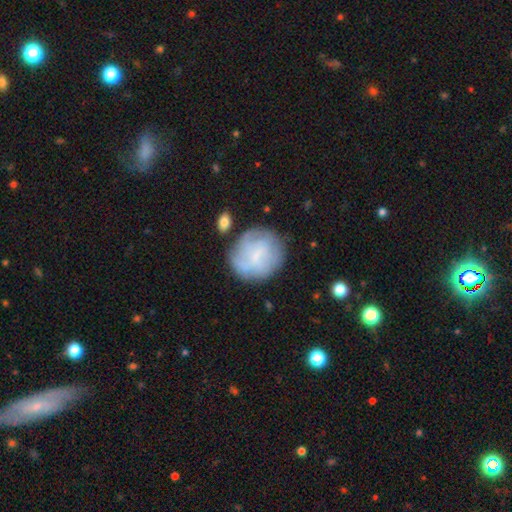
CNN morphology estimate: A smooth galaxy with no disk features (53%) that is round (84%).

Vote fractions:
- Smooth or featured? smooth: 53% / featured or disk: 38% / star or artifact: 9%
- How rounded? round: 84% / in between: 15% / cigar-shaped: 1%
- Merging? none: 65% / minor disturbance: 20% / major disturbance: 9% / merger: 5%